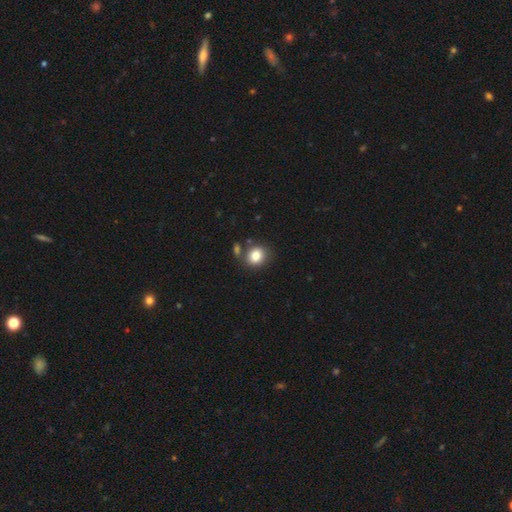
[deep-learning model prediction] This is clearly a smooth galaxy (82%). How rounded: likely round (70%). Merging: likely none (70%).